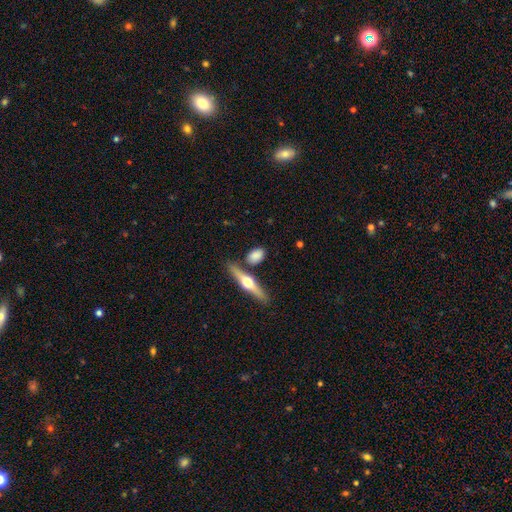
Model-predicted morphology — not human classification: smooth 65%, featured or disk 28%, star or artifact 7%. Down the decision tree: how rounded — in between (63%); merging — none (71%).